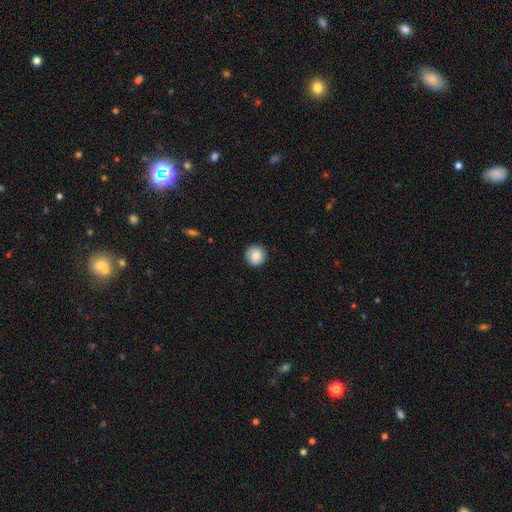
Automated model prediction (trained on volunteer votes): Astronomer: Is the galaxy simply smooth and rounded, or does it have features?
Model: smooth — 84%.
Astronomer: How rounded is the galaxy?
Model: round — 92%.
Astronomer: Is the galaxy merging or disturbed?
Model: none — 87%.